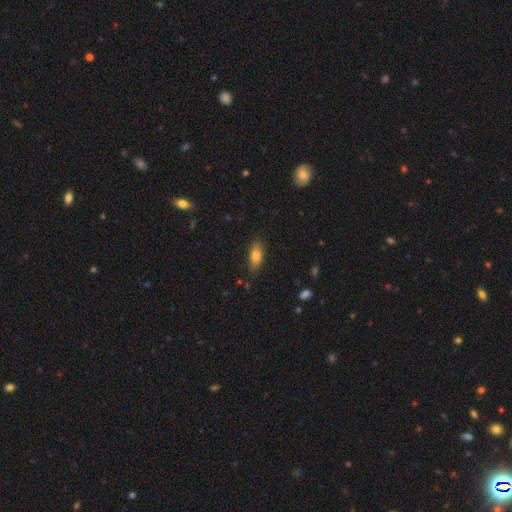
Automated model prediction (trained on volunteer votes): A smooth galaxy with no disk features (77%) that is in between round and cigar-shaped (74%). Merging: none (84%).